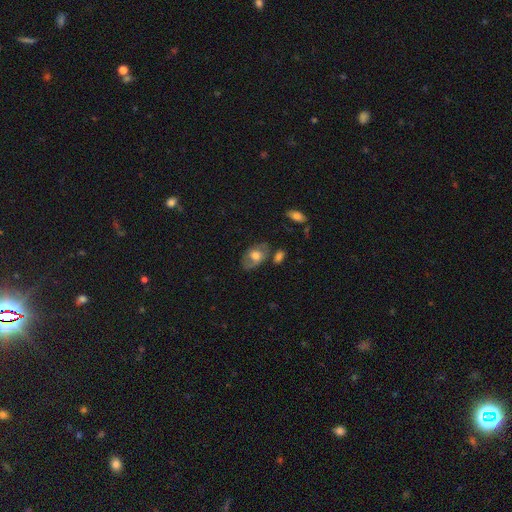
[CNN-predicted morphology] smooth 48%, featured or disk 45%, star or artifact 8%. Down the decision tree: merging — none (62%).